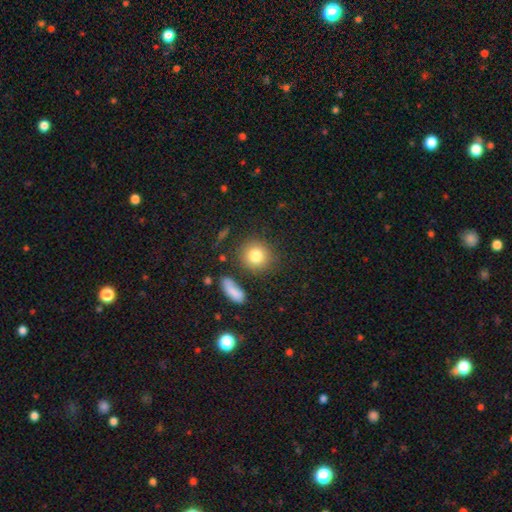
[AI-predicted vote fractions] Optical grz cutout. It shows a smooth galaxy with no disk features (82%) that is round (87%). Merging: none (81%).